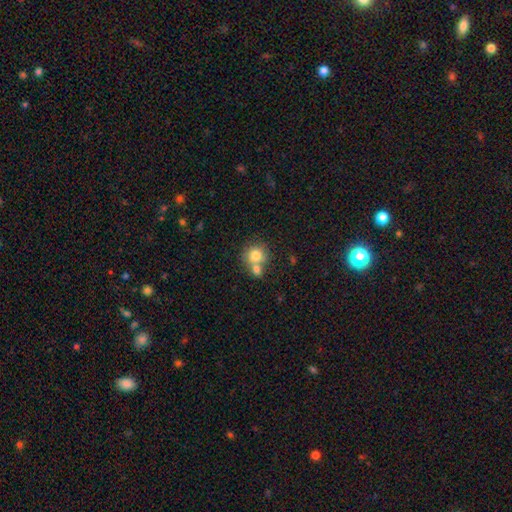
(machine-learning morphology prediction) smooth 78%, featured or disk 13%, star or artifact 9%. Down the decision tree: how rounded — round (82%); merging — merger (45%).